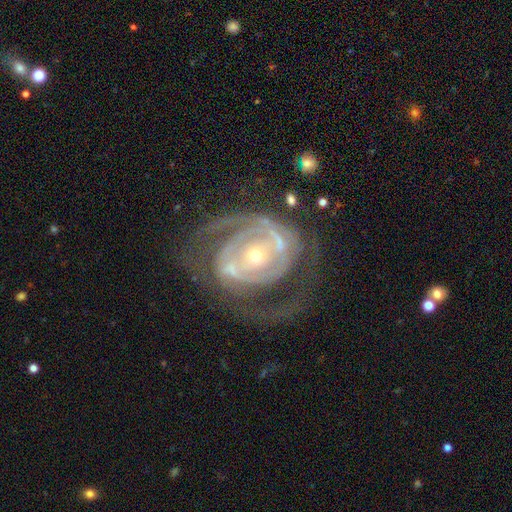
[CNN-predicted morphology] The model was most divided on "spiral winding": tight: 56%, medium: 34%, loose: 10%. Remaining: edge-on disk — no (97%); spiral arms — yes (90%); smooth or featured — featured or disk (88%); bulge size — small (63%); bar — no (55%); merging — none (53%); spiral arm count — 2 (49%).